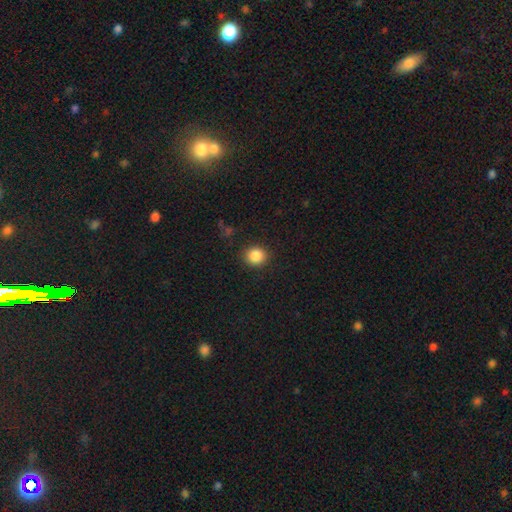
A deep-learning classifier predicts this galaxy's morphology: type=smooth (86%); roundness=round (85%); merging=none (89%).